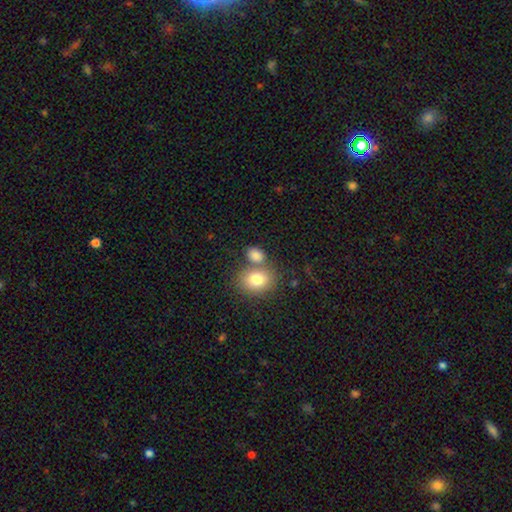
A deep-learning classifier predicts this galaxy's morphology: Smooth or featured? Predicted: smooth (p=0.82). How rounded? Predicted: in between (p=0.59). Merging? Predicted: none (p=0.52).